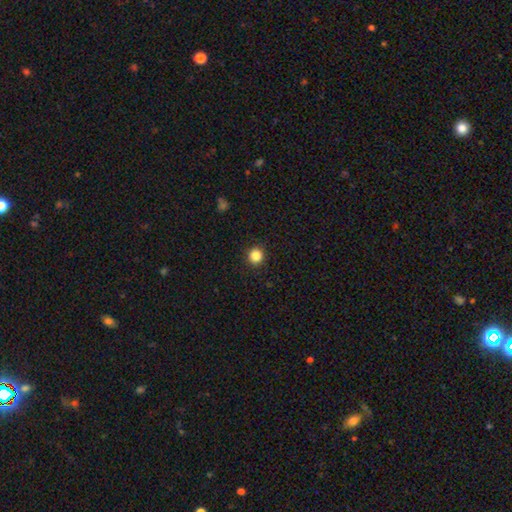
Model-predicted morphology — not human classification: Smooth or featured: smooth — 84% (star or artifact — 12%)
How rounded: round — 94% (in between — 5%)
Merging: none — 93% (minor disturbance — 5%)